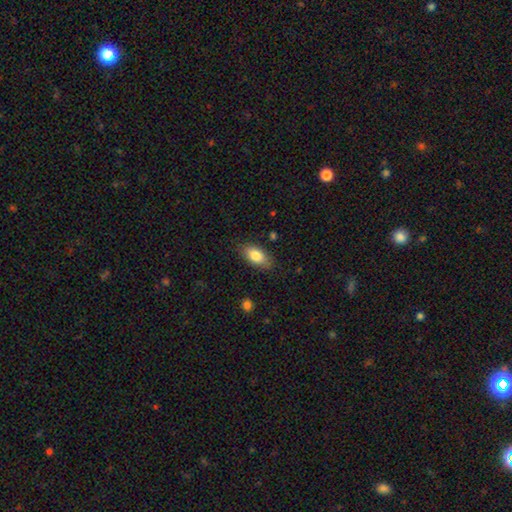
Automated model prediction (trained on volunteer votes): Morphology: type=smooth (82%); roundness=in between (90%); merging=none (84%).